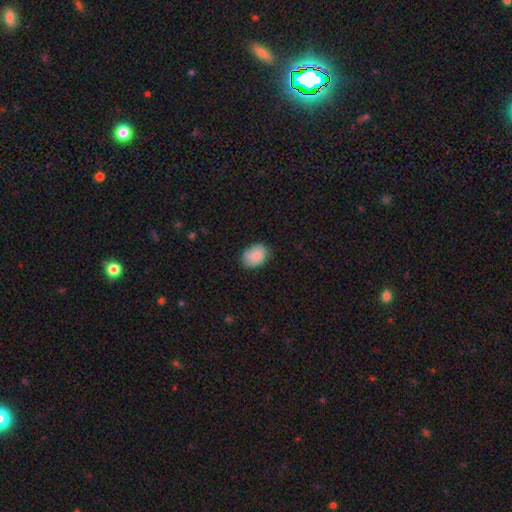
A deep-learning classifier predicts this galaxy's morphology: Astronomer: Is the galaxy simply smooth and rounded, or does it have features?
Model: smooth — 86%.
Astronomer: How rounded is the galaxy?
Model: in between — 73%.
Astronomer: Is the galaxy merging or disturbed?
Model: none — 73%.